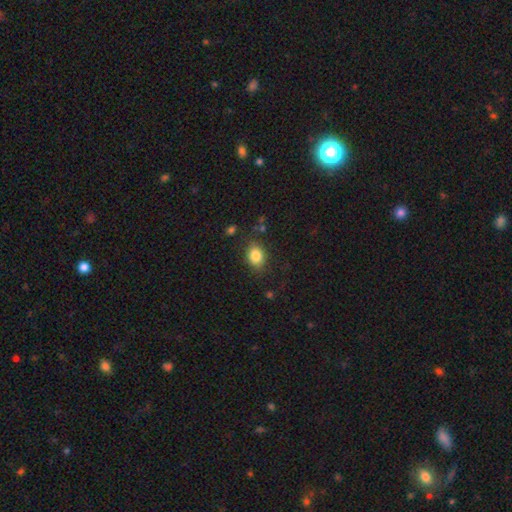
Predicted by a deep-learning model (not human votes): Q: Smooth or featured?
A: smooth (84%); runner-up: star or artifact (9%)
Q: How rounded?
A: in between (61%); runner-up: round (37%)
Q: Merging?
A: none (77%); runner-up: minor disturbance (16%)